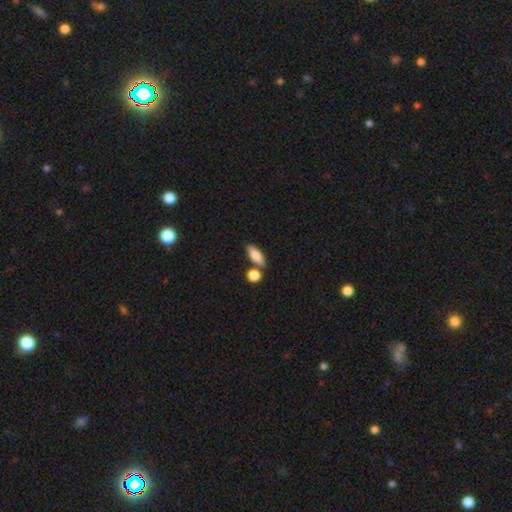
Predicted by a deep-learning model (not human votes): Smooth or featured? smooth (83%)
How rounded? in between (72%)
Merging? none (68%)